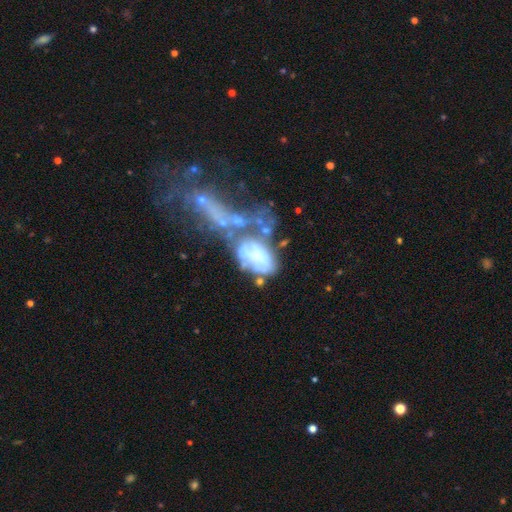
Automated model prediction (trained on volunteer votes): A featured or disk galaxy (54%) with no bar (84%), no spiral arms (83%) and no central bulge (58%). Merging: merger (43%).